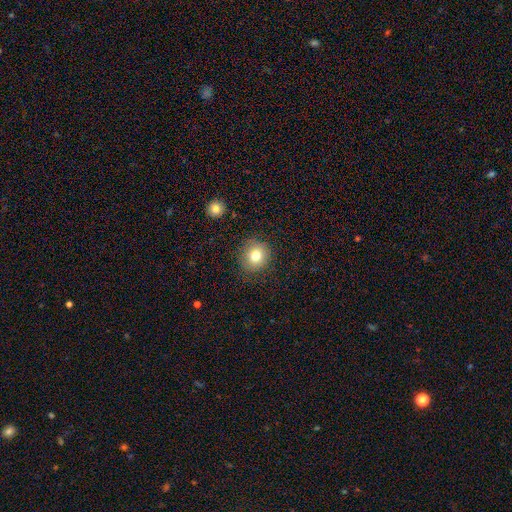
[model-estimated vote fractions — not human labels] This is likely a smooth galaxy (77%). How rounded: clearly round (89%). Merging: clearly none (86%).